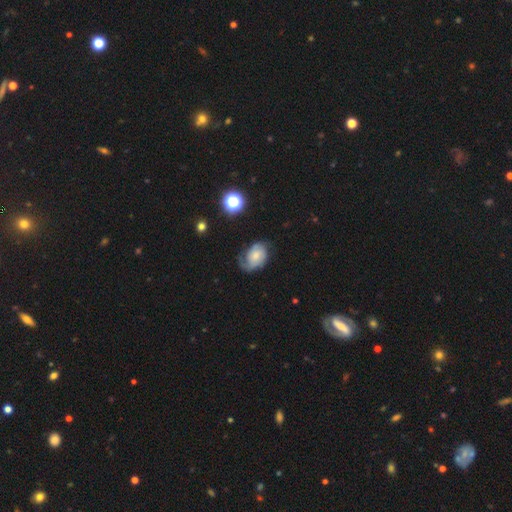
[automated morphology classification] A featured or disk galaxy (53%) with no bar (72%), spiral arms (86%) and a small central bulge (49%).

Vote fractions:
- Smooth or featured? featured or disk: 53% / smooth: 38% / star or artifact: 9%
- Edge-on disk? no: 96% / yes: 4%
- Bar? no: 72% / weak: 24% / strong: 4%
- Spiral arms? yes: 86% / no: 14%
- Bulge size? small: 49% / moderate: 34% / none: 8% / large: 7% / dominant: 2%
- Merging? none: 46% / minor disturbance: 30% / major disturbance: 22% / merger: 2%